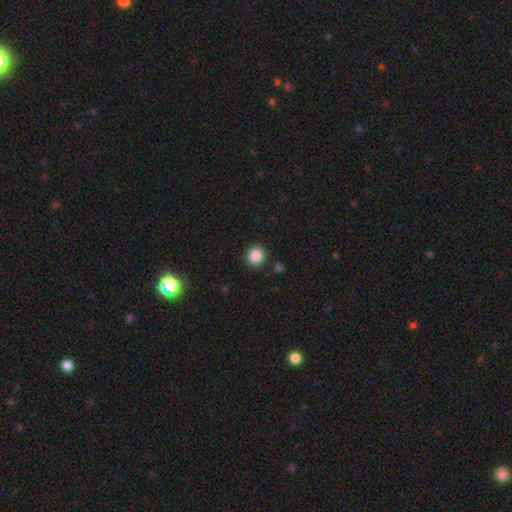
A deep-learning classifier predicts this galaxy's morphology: This is clearly a smooth galaxy (87%). How rounded: clearly round (90%). Merging: clearly none (89%).